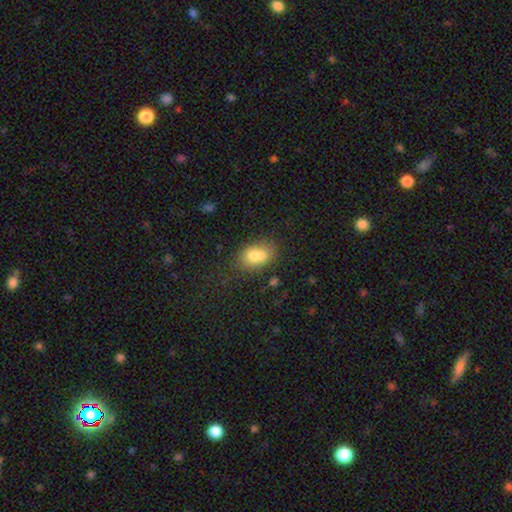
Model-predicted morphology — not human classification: type=smooth (70%); roundness=in between (71%); merging=merger (48%).